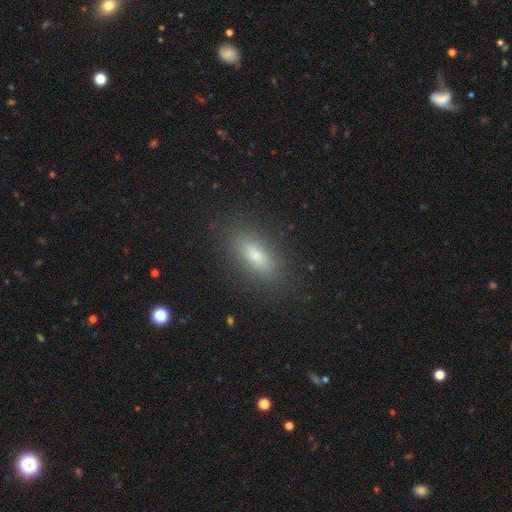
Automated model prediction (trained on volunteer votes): Smooth or featured? Predicted: smooth (p=0.76). How rounded? Predicted: in between (p=0.72). Merging? Predicted: none (p=0.87).